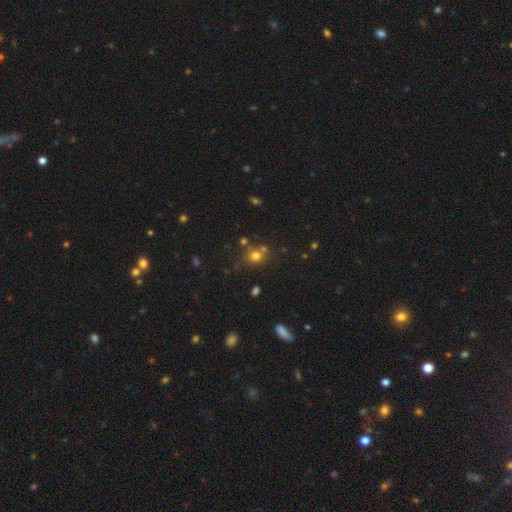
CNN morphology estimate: smooth-or-featured: smooth: 70% | star or artifact: 20% | featured or disk: 10%
  how-rounded: round: 82% | in between: 17% | cigar-shaped: 1%
  merging: none: 65% | merger: 19% | minor disturbance: 11% | major disturbance: 5%